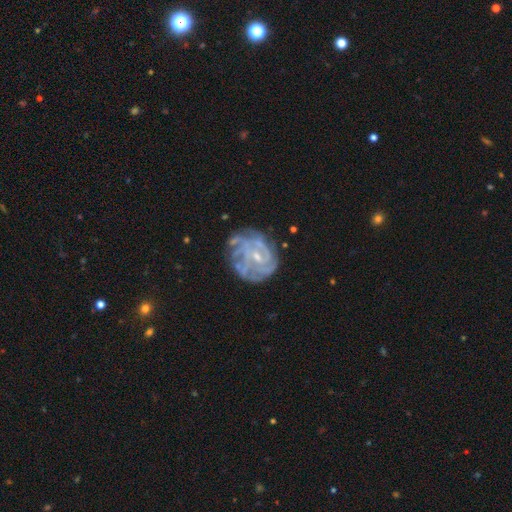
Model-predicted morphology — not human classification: smooth-or-featured: featured or disk: 82% | smooth: 10% | star or artifact: 8%
  disk-edge-on: no: 98% | yes: 2%
    bar: no: 50% | weak: 41% | strong: 9%
    has-spiral-arms: yes: 87% | no: 13%
      spiral-winding: tight: 64% | medium: 27% | loose: 9%
      spiral-arm-count: can't tell: 43% | 4: 19% | 3: 13% | more than 4: 10% | 2: 9% | 1: 6%
    bulge-size: small: 64% | moderate: 29% | none: 6% | large: 1% | dominant: 1%
  merging: none: 65% | minor disturbance: 20% | major disturbance: 12% | merger: 3%